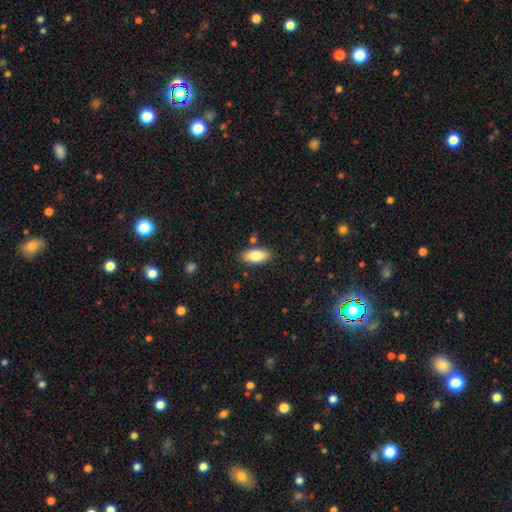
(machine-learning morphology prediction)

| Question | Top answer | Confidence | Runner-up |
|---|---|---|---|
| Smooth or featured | smooth | 81% | featured or disk (12%) |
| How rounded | in between | 90% | cigar-shaped (7%) |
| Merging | none | 84% | minor disturbance (10%) |